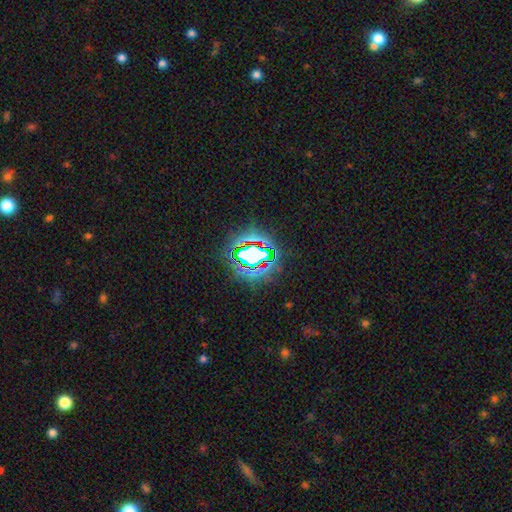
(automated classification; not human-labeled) star or artifact 66%, smooth 21%, featured or disk 13%.